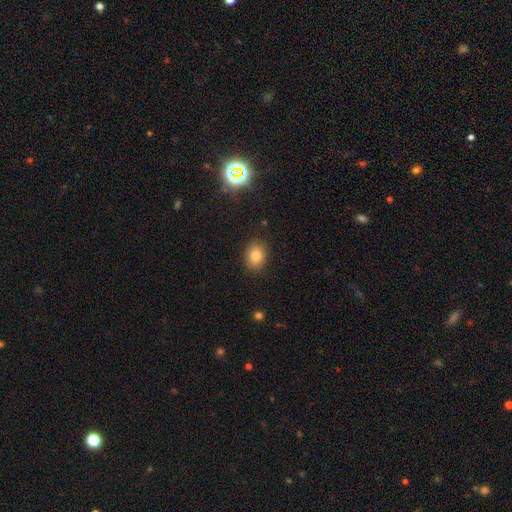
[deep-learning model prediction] Smooth or featured?
  - smooth: 80% *
  - star or artifact: 11%
  - featured or disk: 9%
How rounded?
  - in between: 59% *
  - round: 40%
  - cigar-shaped: 1%
Merging?
  - none: 88% *
  - minor disturbance: 9%
  - major disturbance: 2%
  - merger: 1%